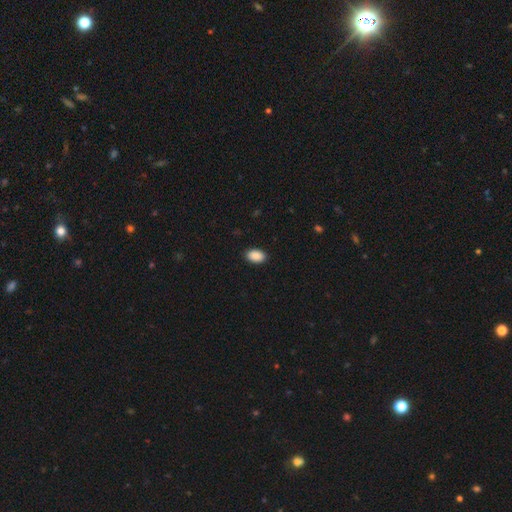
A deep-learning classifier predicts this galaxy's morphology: The model was most divided on "how rounded": in between: 90%, round: 8%, cigar-shaped: 1%. More confident: smooth or featured — smooth (90%); merging — none (90%).